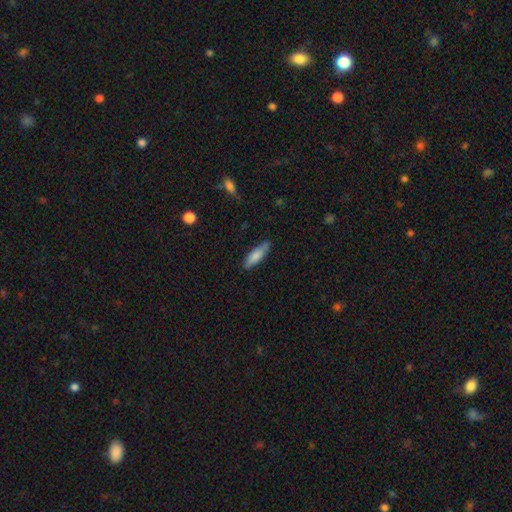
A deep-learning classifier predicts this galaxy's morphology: Overall: smooth (79%). How rounded: cigar-shaped (62%; in between 36%). Merging: none (81%).